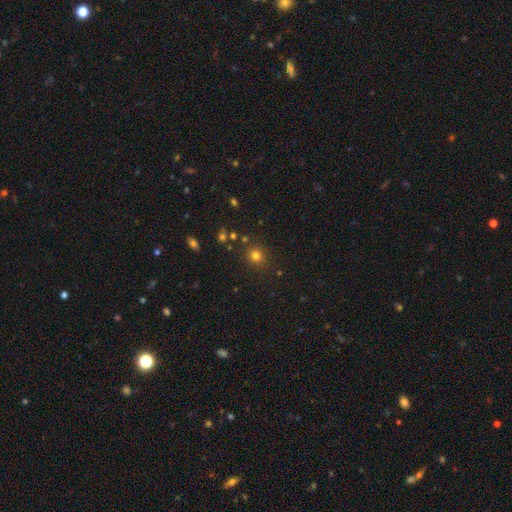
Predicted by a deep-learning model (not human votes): This appears to be a smooth galaxy with no disk features (76%) that is round (85%). Merging: none (85%).